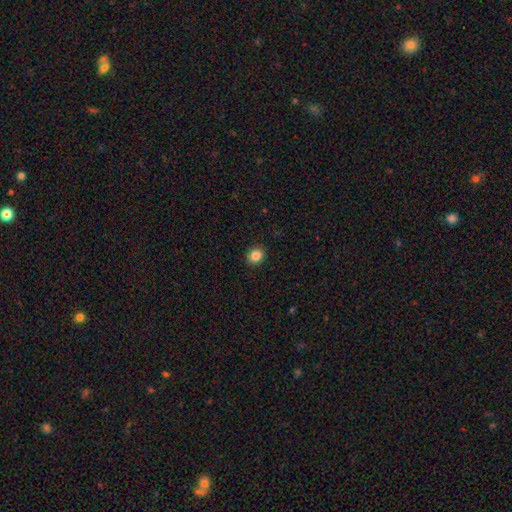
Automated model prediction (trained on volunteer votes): Smooth or featured?
  - smooth: 85% *
  - star or artifact: 10%
  - featured or disk: 4%
How rounded?
  - round: 74% *
  - in between: 25%
  - cigar-shaped: 1%
Merging?
  - none: 92% *
  - minor disturbance: 6%
  - major disturbance: 2%
  - merger: 1%